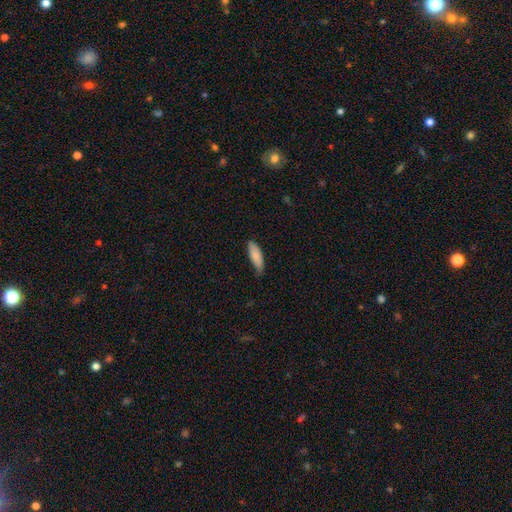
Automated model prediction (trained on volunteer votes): Smooth or featured?
  - smooth: 85% *
  - featured or disk: 9%
  - star or artifact: 6%
How rounded?
  - in between: 60% *
  - cigar-shaped: 38%
  - round: 2%
Merging?
  - none: 64% *
  - minor disturbance: 30%
  - major disturbance: 4%
  - merger: 1%